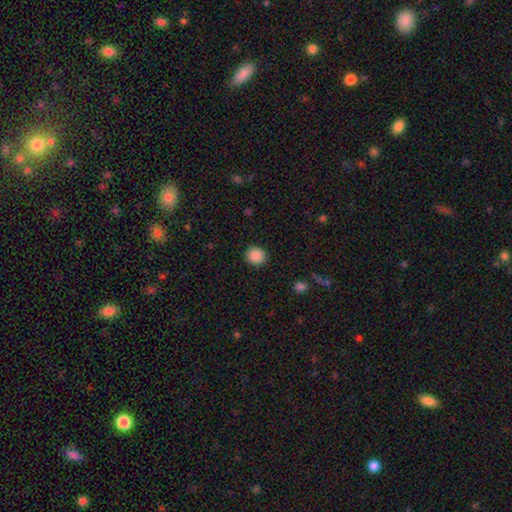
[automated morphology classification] A smooth galaxy with no disk features (88%) that is round (88%).

Vote fractions:
- Smooth or featured? smooth: 88% / star or artifact: 9% / featured or disk: 3%
- How rounded? round: 88% / in between: 11% / cigar-shaped: 1%
- Merging? none: 91% / minor disturbance: 6% / major disturbance: 2% / merger: 1%